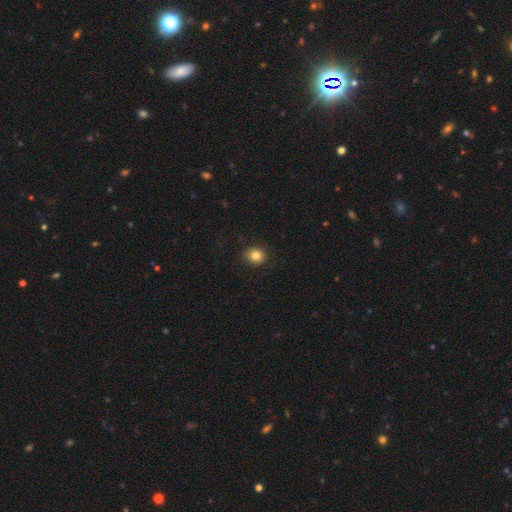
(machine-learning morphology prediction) A smooth galaxy with no disk features (82%) that is round (79%).

Vote fractions:
- Smooth or featured? smooth: 82% / star or artifact: 12% / featured or disk: 6%
- How rounded? round: 79% / in between: 20% / cigar-shaped: 1%
- Merging? none: 88% / minor disturbance: 9% / major disturbance: 2% / merger: 1%